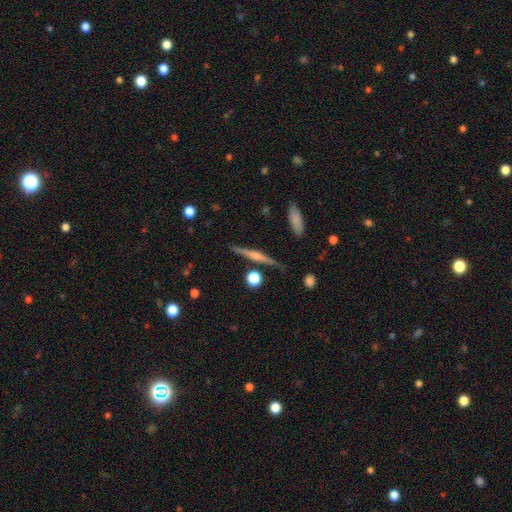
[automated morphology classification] type=featured or disk (71%); edge-on=yes (98%); edge-on bulge=rounded (74%); merging=none (87%).